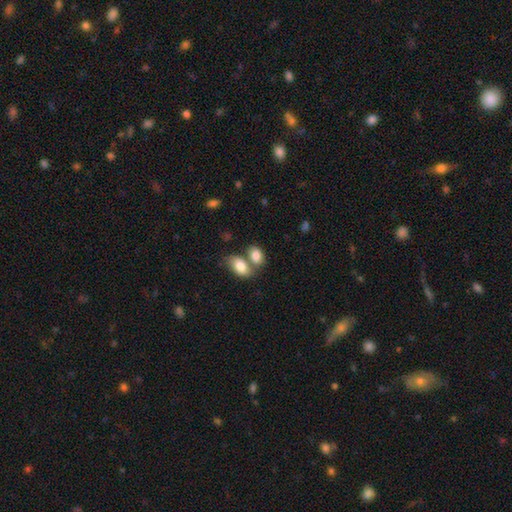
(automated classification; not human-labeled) A smooth galaxy with no disk features (83%) that is in between round and cigar-shaped (87%).

Vote fractions:
- Smooth or featured? smooth: 83% / featured or disk: 10% / star or artifact: 7%
- How rounded? in between: 87% / round: 11% / cigar-shaped: 2%
- Merging? merger: 55% / none: 32% / minor disturbance: 9% / major disturbance: 4%